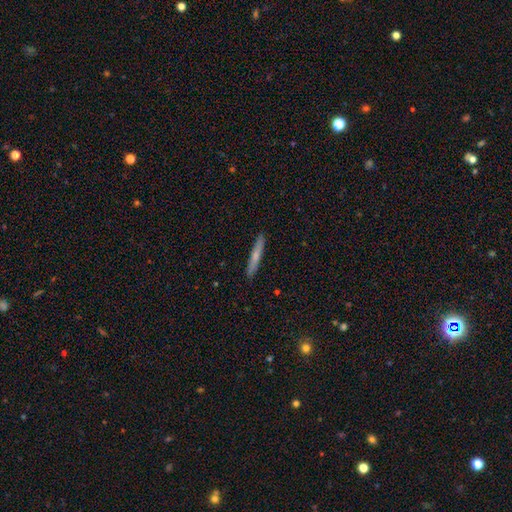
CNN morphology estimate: Smooth or featured? smooth (61%)
How rounded? cigar-shaped (95%)
Merging? none (92%)